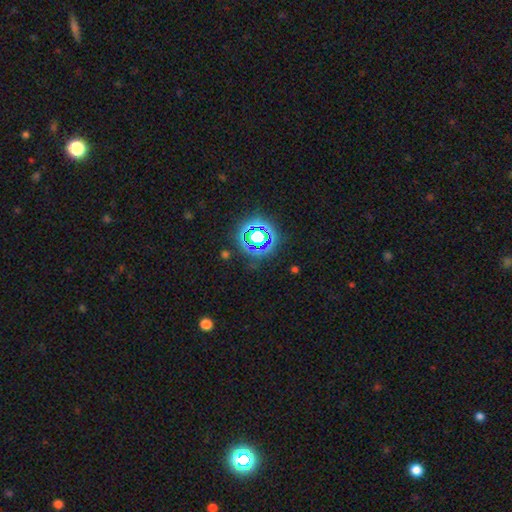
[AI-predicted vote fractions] A star or artifact, not a galaxy (79%).